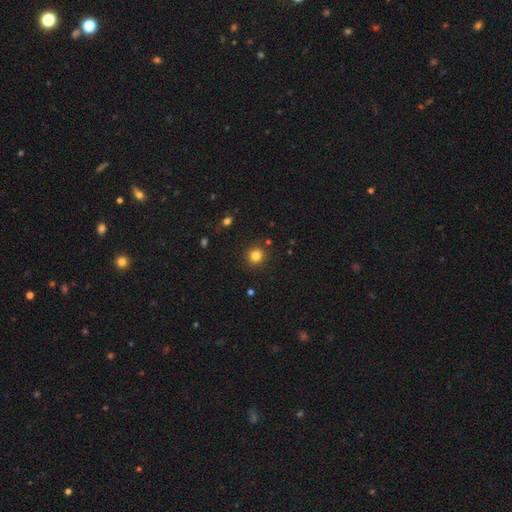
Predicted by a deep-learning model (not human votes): Overall: smooth (81%). How rounded: round (92%). Merging: none (90%).